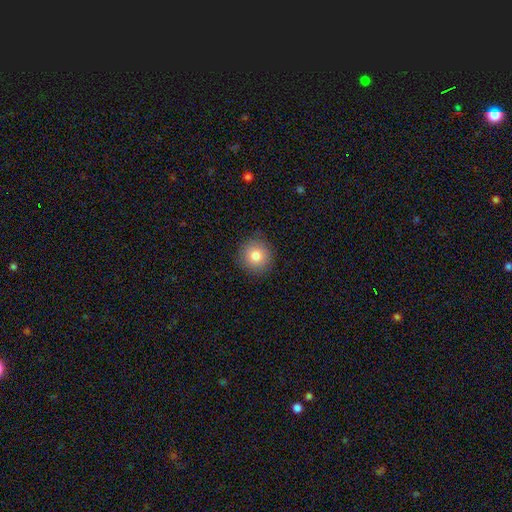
A smooth galaxy with no disk features (90%) that is round (100%). Merging: none (77%).